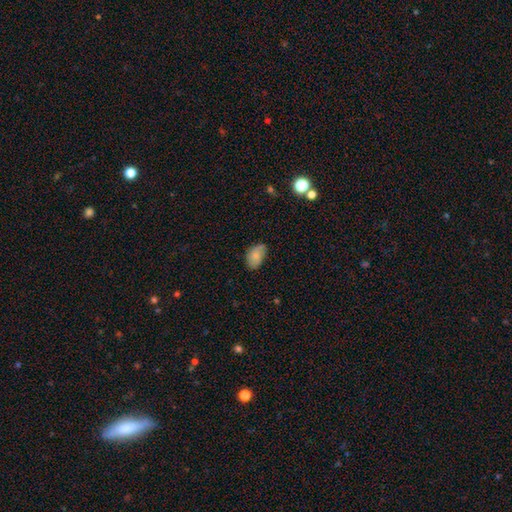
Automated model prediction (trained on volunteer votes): This is likely a smooth galaxy (76%). How rounded: clearly in between (88%). Merging: likely none (63%).